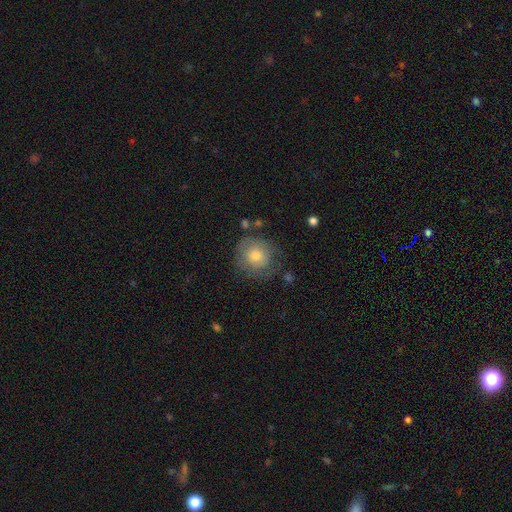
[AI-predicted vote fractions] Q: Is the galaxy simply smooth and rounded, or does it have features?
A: smooth — 62%.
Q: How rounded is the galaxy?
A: round — 90%.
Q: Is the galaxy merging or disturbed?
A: none — 68%.